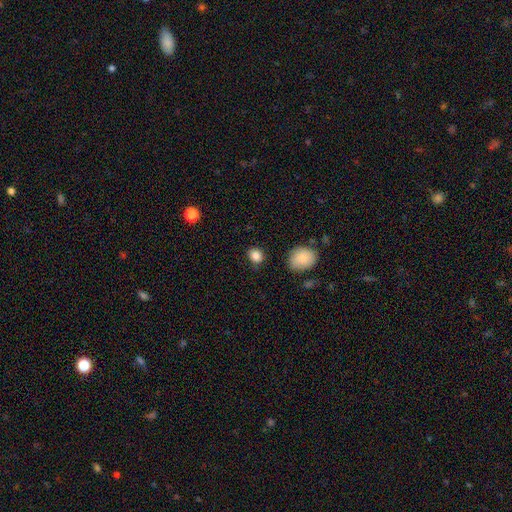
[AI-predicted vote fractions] smooth_or_featured: smooth (p=0.86) [alt: star or artifact p=0.10]
how_rounded: round (p=0.64) [alt: in between p=0.35]
merging: none (p=0.82) [alt: minor disturbance p=0.12]